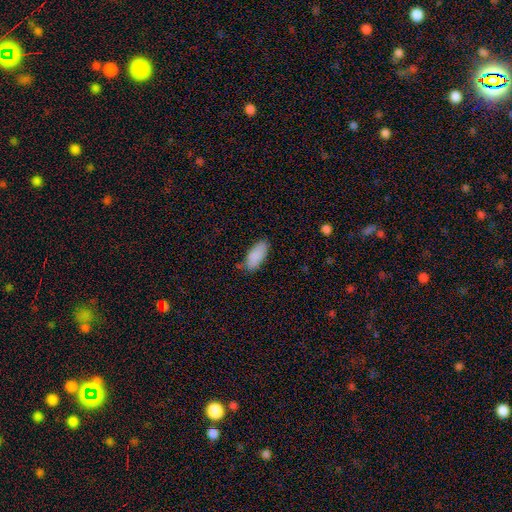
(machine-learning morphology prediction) Smooth or featured? Predicted: smooth (p=0.88). How rounded? Predicted: in between (p=0.86). Merging? Predicted: none (p=0.77).